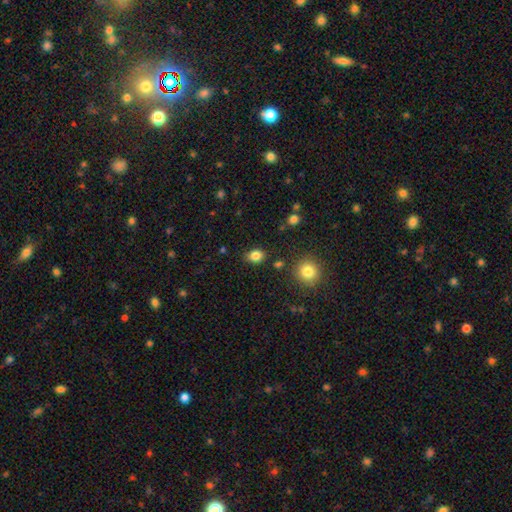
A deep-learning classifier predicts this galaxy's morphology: smooth_or_featured: smooth (p=0.83) [alt: star or artifact p=0.12]
how_rounded: round (p=0.52) [alt: in between p=0.47]
merging: none (p=0.83) [alt: minor disturbance p=0.11]